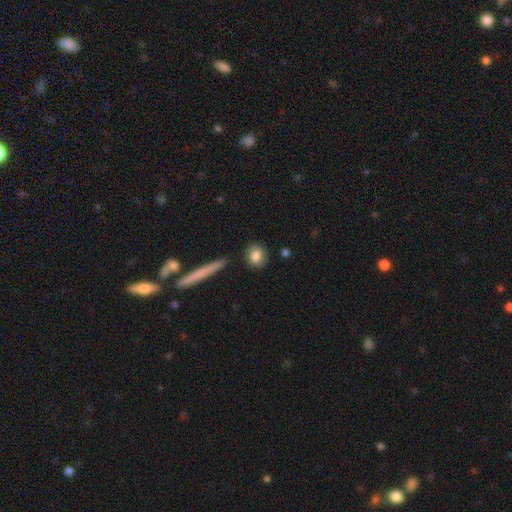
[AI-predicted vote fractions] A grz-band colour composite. It shows a smooth galaxy with no disk features (82%) that is round (62%). Merging: none (83%).